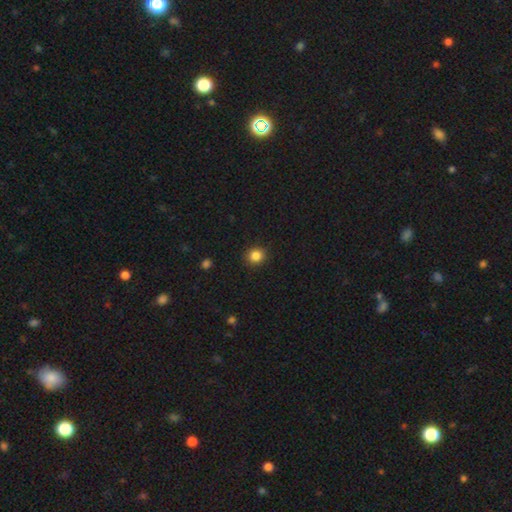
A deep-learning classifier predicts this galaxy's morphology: The model was most divided on "how rounded": round: 87%, in between: 12%, cigar-shaped: 1%. More confident: merging — none (91%); smooth or featured — smooth (85%).